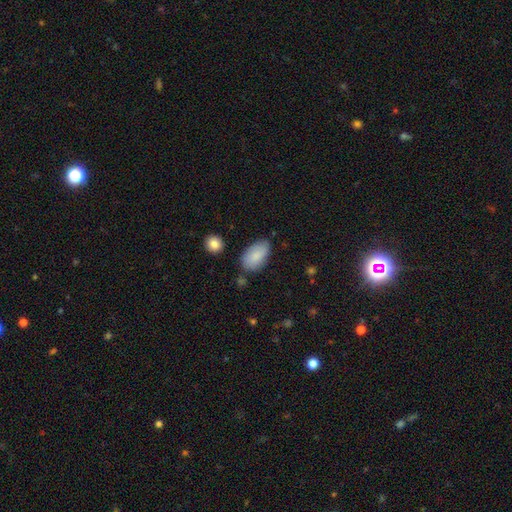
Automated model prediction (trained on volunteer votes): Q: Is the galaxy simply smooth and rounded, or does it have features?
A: smooth — 84%.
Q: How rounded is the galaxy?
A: in between — 94%.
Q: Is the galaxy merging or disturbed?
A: none — 69%.